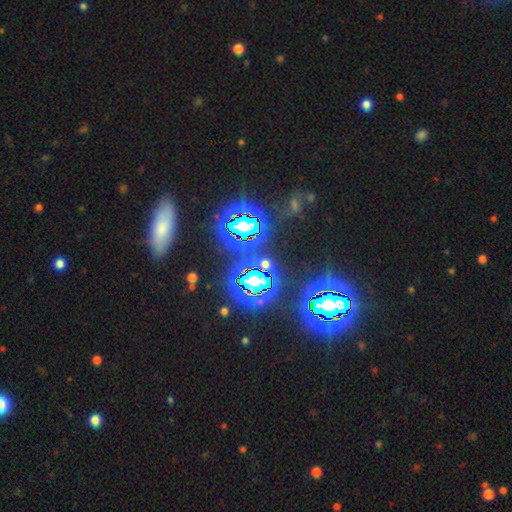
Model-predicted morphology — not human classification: Q: Smooth or featured?
A: star or artifact (76%); runner-up: smooth (15%)